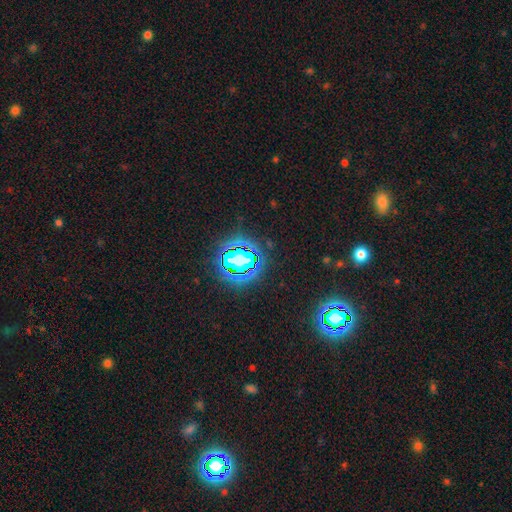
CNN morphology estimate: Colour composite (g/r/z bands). It shows a star or artifact, not a galaxy (83%).